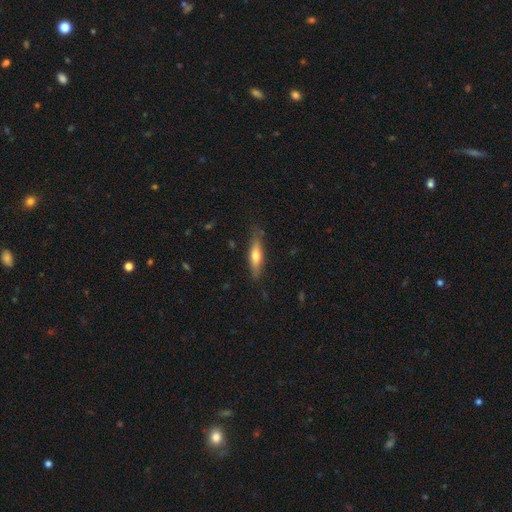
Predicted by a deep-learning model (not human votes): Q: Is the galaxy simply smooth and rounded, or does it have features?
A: smooth — 56%.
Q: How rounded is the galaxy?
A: cigar-shaped — 68%.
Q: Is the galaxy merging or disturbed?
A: none — 81%.